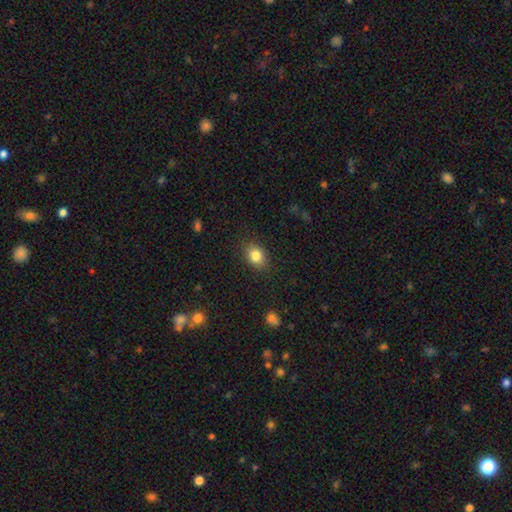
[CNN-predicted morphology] type=smooth (84%); roundness=in between (67%); merging=none (86%).